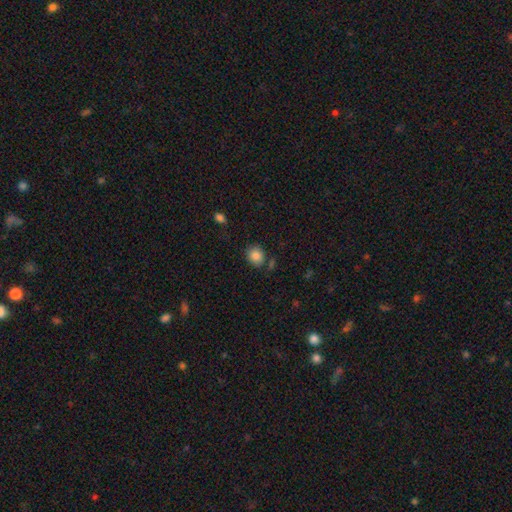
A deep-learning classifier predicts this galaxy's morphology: This is clearly a smooth galaxy (86%). How rounded: likely round (72%). Merging: likely none (75%).